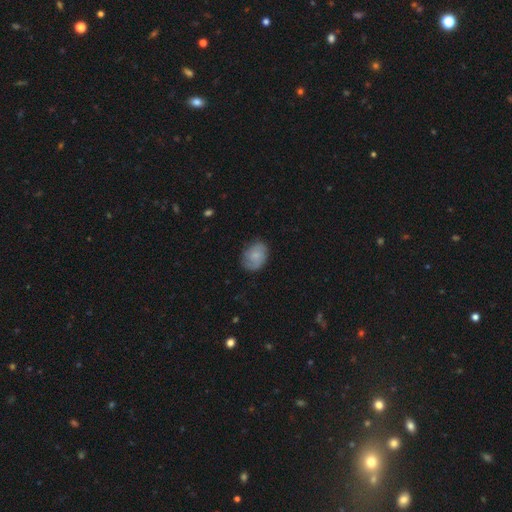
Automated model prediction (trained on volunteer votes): Smooth or featured? Predicted: smooth (p=0.66). How rounded? Predicted: in between (p=0.64). Merging? Predicted: none (p=0.74).